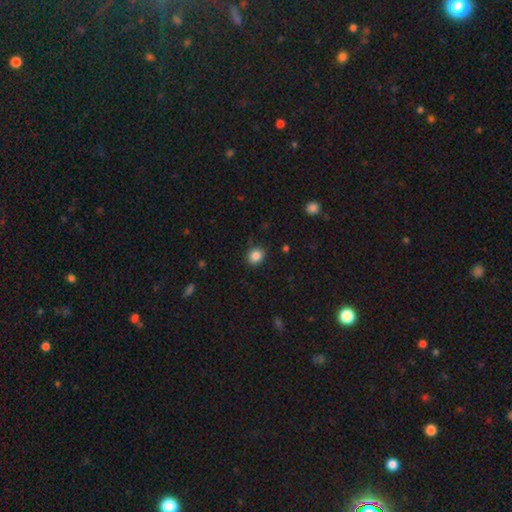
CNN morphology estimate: A smooth galaxy with no disk features (86%) that is round (73%). Merging: none (85%).